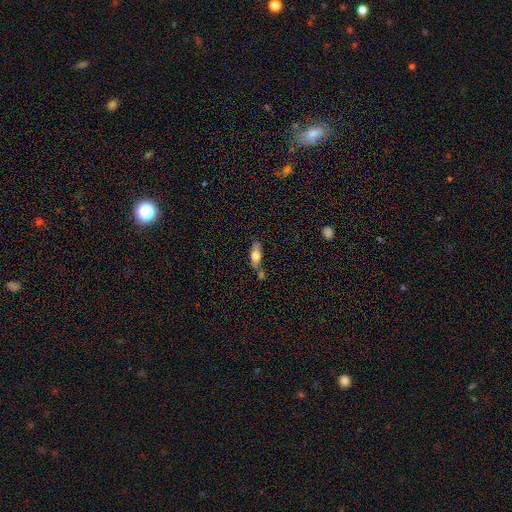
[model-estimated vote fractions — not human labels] A smooth galaxy with no disk features (67%) that is in between round and cigar-shaped (68%).

Vote fractions:
- Smooth or featured? smooth: 67% / featured or disk: 27% / star or artifact: 7%
- How rounded? in between: 68% / cigar-shaped: 29% / round: 3%
- Merging? none: 59% / minor disturbance: 19% / merger: 18% / major disturbance: 5%